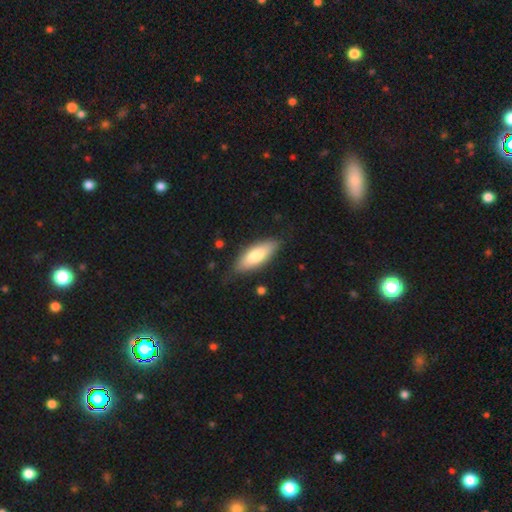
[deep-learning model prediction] A smooth galaxy with no disk features (75%) that is in between round and cigar-shaped (67%).

Vote fractions:
- Smooth or featured? smooth: 75% / featured or disk: 20% / star or artifact: 5%
- How rounded? in between: 67% / cigar-shaped: 31% / round: 2%
- Merging? none: 81% / minor disturbance: 14% / major disturbance: 3% / merger: 1%